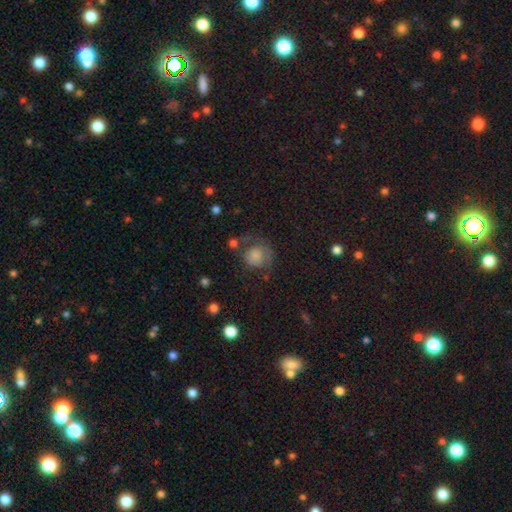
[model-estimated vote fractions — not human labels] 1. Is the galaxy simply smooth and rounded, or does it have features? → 49% smooth, 41% featured or disk, 10% star or artifact.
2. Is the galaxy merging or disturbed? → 47% none, 25% major disturbance, 23% minor disturbance, 5% merger.